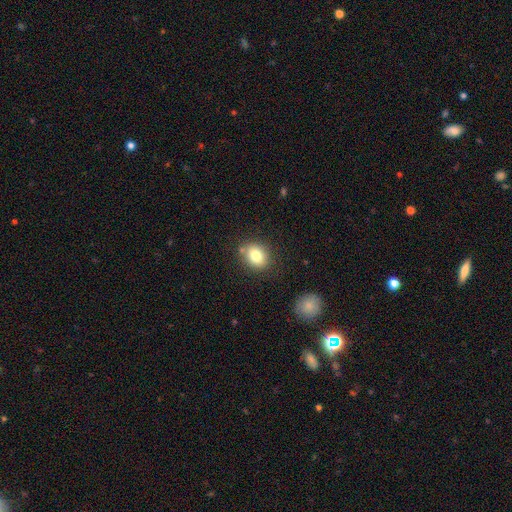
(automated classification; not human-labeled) smooth_or_featured: smooth (p=0.79) [alt: featured or disk p=0.11]
how_rounded: round (p=0.54) [alt: in between p=0.45]
merging: none (p=0.79) [alt: minor disturbance p=0.12]